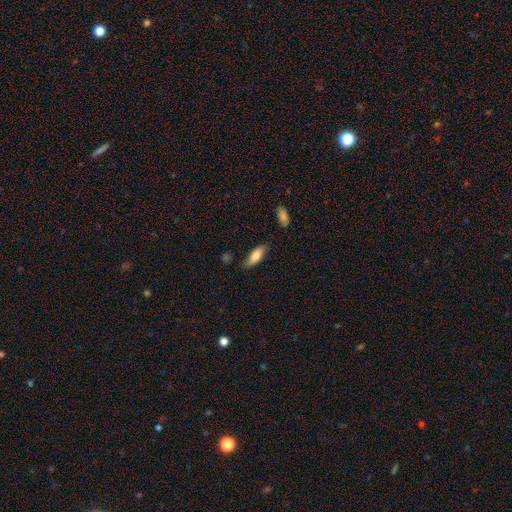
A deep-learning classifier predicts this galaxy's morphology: Overall: smooth (77%). How rounded: in between (67%; cigar-shaped 31%). Merging: none (74%).